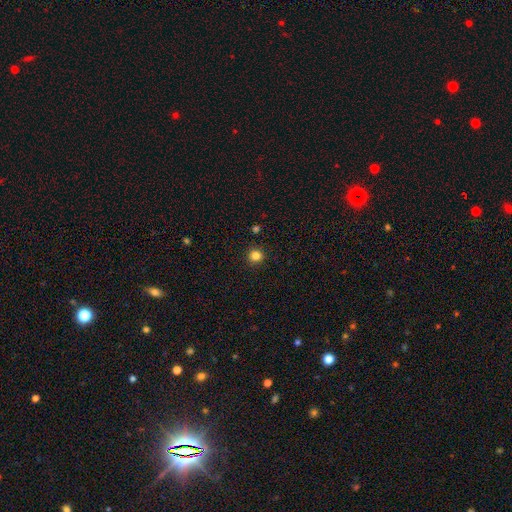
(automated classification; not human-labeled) Overall: smooth (82%). How rounded: round (95%). Merging: none (92%).